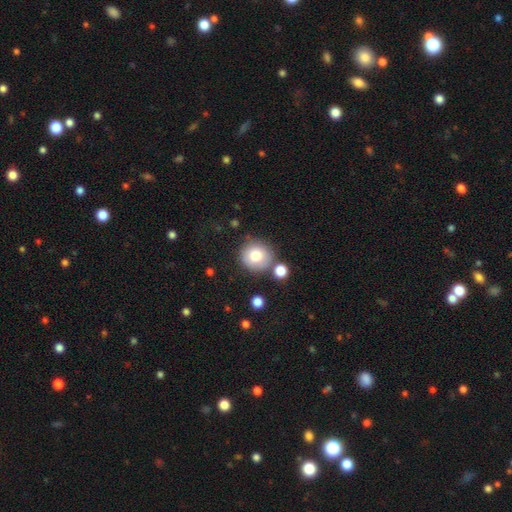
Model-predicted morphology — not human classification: smooth 79%, featured or disk 11%, star or artifact 9%. Down the decision tree: how rounded — round (92%); merging — none (73%).